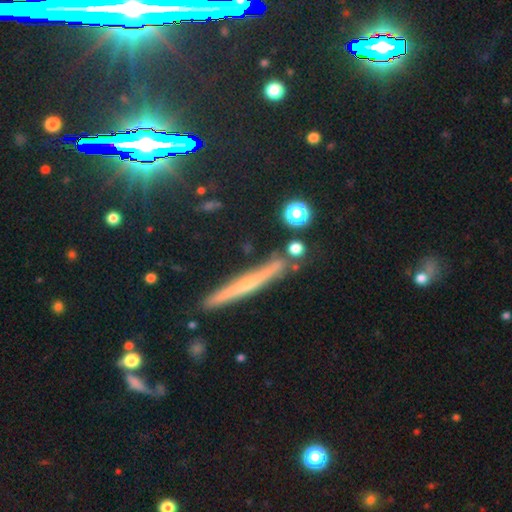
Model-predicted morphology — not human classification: A featured or disk galaxy (55%) viewed edge-on (95%) with a rounded central bulge (50%). Merging: none (83%).